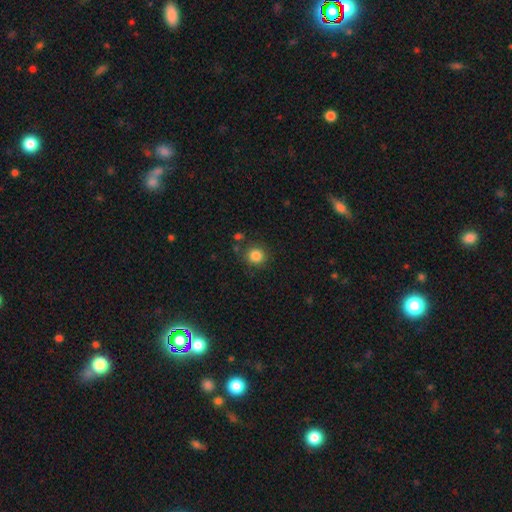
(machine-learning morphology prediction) The model was most divided on "merging": none: 83%, minor disturbance: 10%, merger: 4%, major disturbance: 3%. More confident: how rounded — round (89%); smooth or featured — smooth (84%).